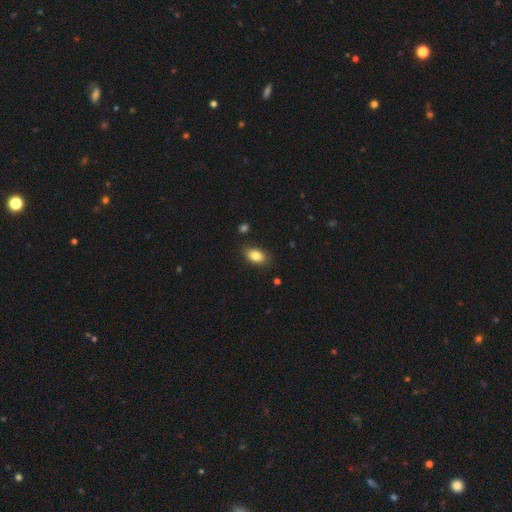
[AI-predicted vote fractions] smooth 84%, star or artifact 8%, featured or disk 7%. Down the decision tree: how rounded — in between (88%); merging — none (83%).